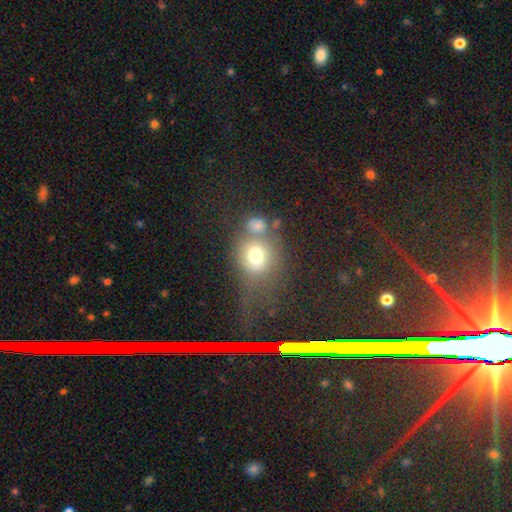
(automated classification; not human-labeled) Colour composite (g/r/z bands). It shows a smooth galaxy with no disk features (70%) that is round (70%). Merging: none (39%).